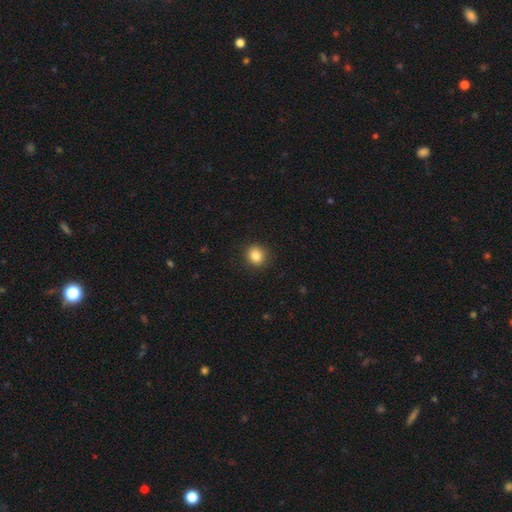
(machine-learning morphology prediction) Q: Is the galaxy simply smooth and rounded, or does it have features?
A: smooth — 84%.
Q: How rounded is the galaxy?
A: round — 81%.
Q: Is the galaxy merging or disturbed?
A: none — 90%.